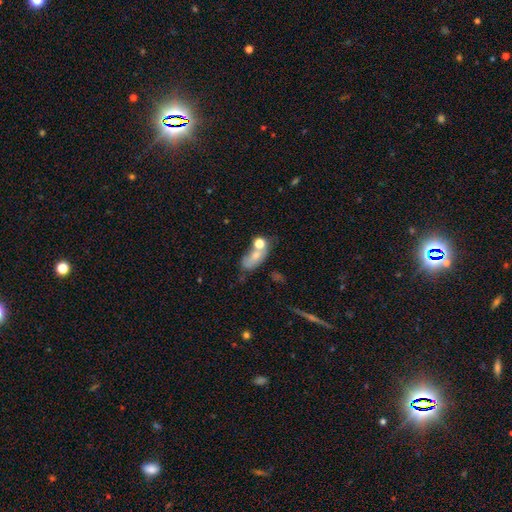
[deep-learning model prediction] Q: Smooth or featured?
A: smooth (65%); runner-up: featured or disk (24%)
Q: How rounded?
A: in between (76%); runner-up: round (17%)
Q: Merging?
A: merger (39%); runner-up: none (30%)